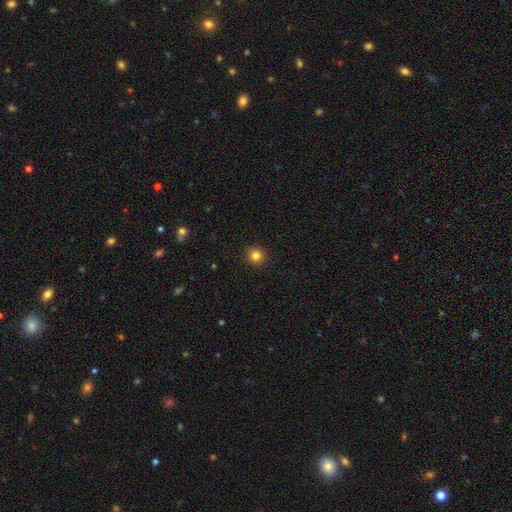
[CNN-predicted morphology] A smooth galaxy with no disk features (83%) that is round (94%). Merging: none (92%).